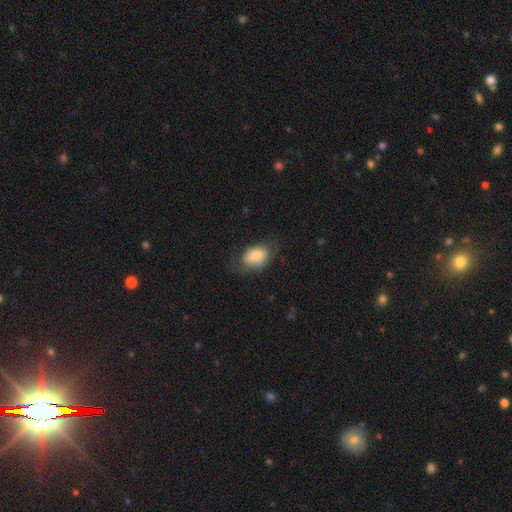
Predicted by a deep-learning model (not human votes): This is likely a smooth galaxy (78%). How rounded: clearly in between (88%). Merging: possibly none (58%).